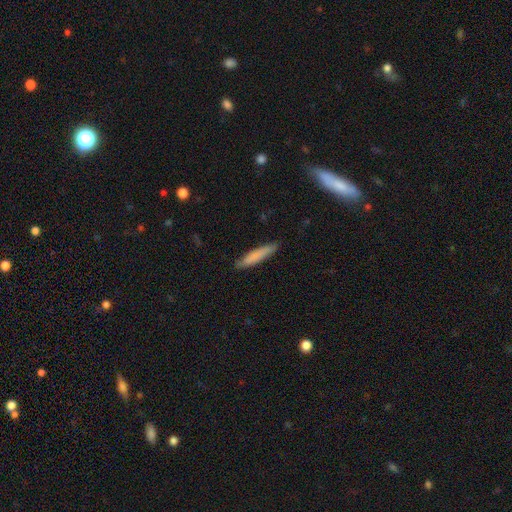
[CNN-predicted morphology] Overall: smooth (78%). How rounded: cigar-shaped (88%). Merging: none (85%).